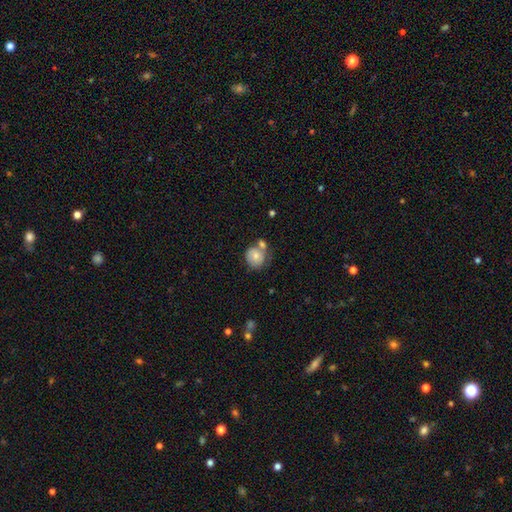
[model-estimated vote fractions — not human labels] smooth 70%, featured or disk 22%, star or artifact 8%. Down the decision tree: how rounded — round (81%); merging — none (45%).